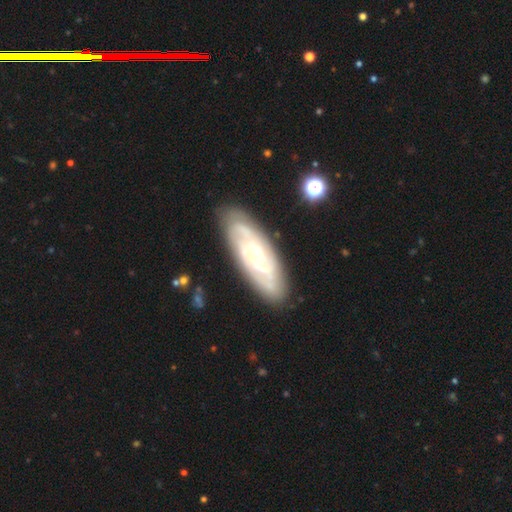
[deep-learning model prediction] smooth_or_featured: featured or disk (p=0.83) [alt: smooth p=0.12]
disk_edge_on: no (p=0.90) [alt: yes p=0.10]
bar: no (p=0.66) [alt: weak p=0.26]
has_spiral_arms: yes (p=0.92) [alt: no p=0.08]
spiral_winding: tight (p=0.67) [alt: medium p=0.27]
spiral_arm_count: can't tell (p=0.36) [alt: 2 p=0.29]
bulge_size: moderate (p=0.61) [alt: small p=0.33]
merging: none (p=0.83) [alt: minor disturbance p=0.12]